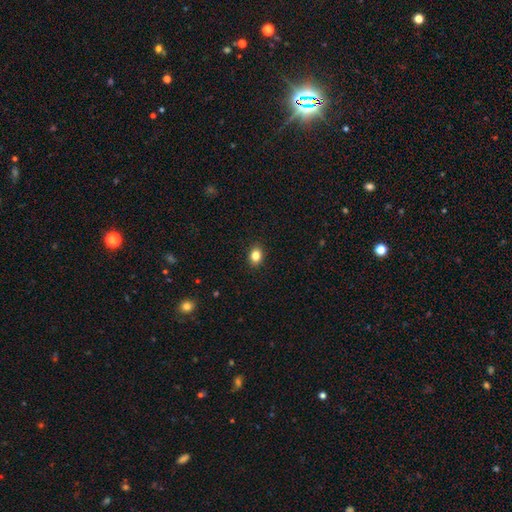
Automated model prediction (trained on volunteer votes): Smooth or featured?
  - smooth: 84% *
  - star or artifact: 11%
  - featured or disk: 6%
How rounded?
  - in between: 57% *
  - round: 42%
  - cigar-shaped: 1%
Merging?
  - none: 90% *
  - minor disturbance: 7%
  - major disturbance: 2%
  - merger: 1%